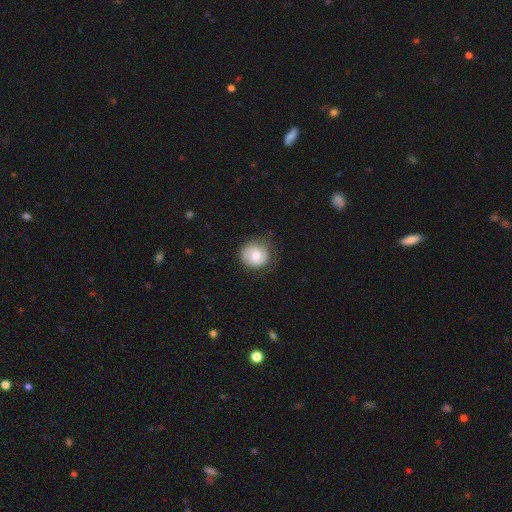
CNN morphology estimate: Smooth or featured: smooth — 59% (featured or disk — 34%)
How rounded: round — 87% (in between — 12%)
Merging: none — 76% (minor disturbance — 18%)